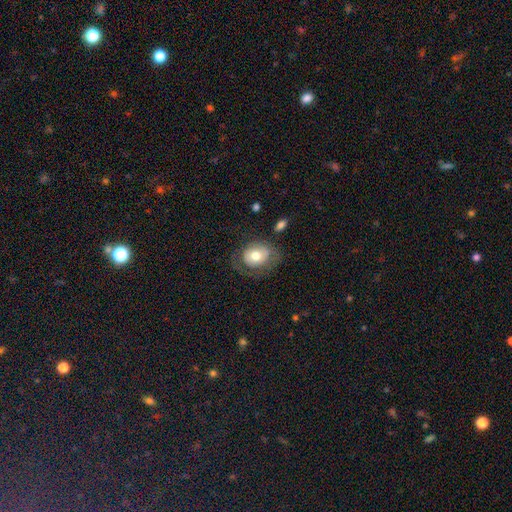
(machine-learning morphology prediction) Smooth or featured? Predicted: smooth (p=0.61). How rounded? Predicted: round (p=0.50). Merging? Predicted: none (p=0.52).